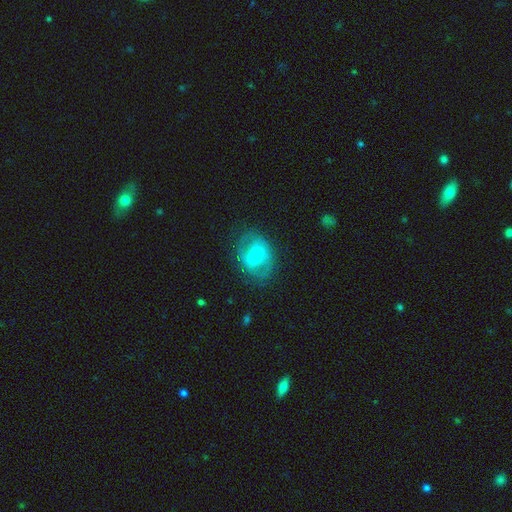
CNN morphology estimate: A featured or disk galaxy (56%) with a weak bar (43%), spiral arms (63%) and a moderate central bulge (51%).

Vote fractions:
- Smooth or featured? featured or disk: 56% / smooth: 37% / star or artifact: 7%
- Edge-on disk? no: 96% / yes: 4%
- Bar? weak: 43% / no: 34% / strong: 23%
- Spiral arms? yes: 63% / no: 37%
- Bulge size? moderate: 51% / small: 43% / large: 4% / none: 2% / dominant: 1%
- Merging? none: 71% / minor disturbance: 18% / major disturbance: 10% / merger: 1%